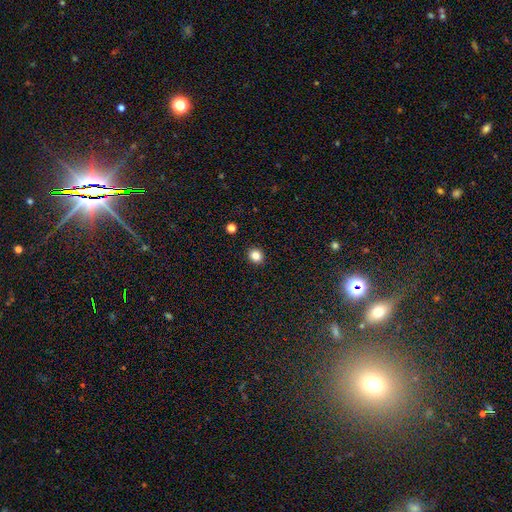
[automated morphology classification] type=smooth (84%); roundness=round (79%); merging=none (92%).